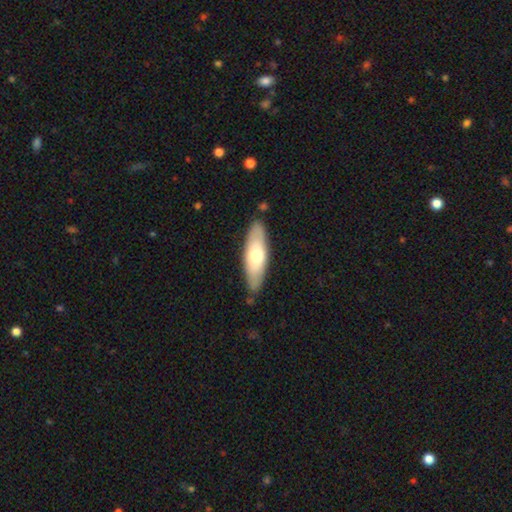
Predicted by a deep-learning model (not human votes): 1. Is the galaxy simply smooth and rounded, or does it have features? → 60% smooth, 35% featured or disk, 5% star or artifact.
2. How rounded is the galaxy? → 50% cigar-shaped, 49% in between, 2% round.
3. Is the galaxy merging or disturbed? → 83% none, 12% minor disturbance, 3% merger, 2% major disturbance.